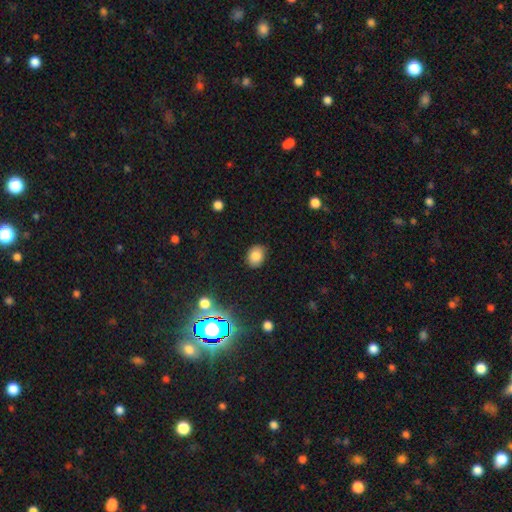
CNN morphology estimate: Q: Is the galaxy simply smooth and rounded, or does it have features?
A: smooth — 82%.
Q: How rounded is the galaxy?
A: in between — 56%.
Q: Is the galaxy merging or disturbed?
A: none — 84%.